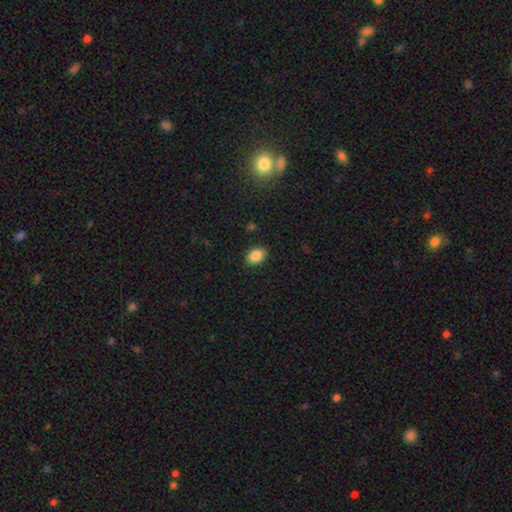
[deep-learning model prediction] Smooth or featured? Predicted: smooth (p=0.88). How rounded? Predicted: in between (p=0.75). Merging? Predicted: none (p=0.87).